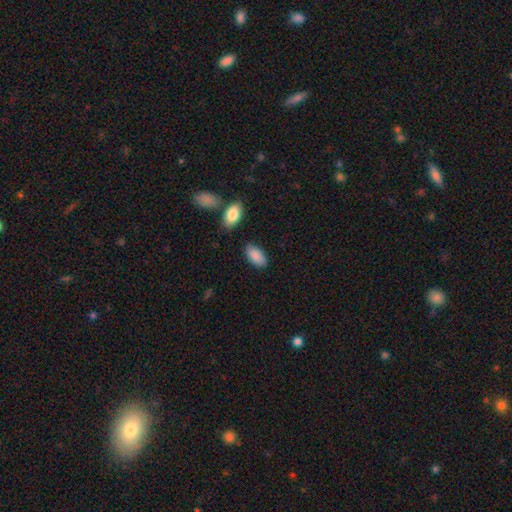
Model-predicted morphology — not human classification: This appears to be a smooth galaxy with no disk features (89%) that is in between round and cigar-shaped (94%). Merging: none (84%).